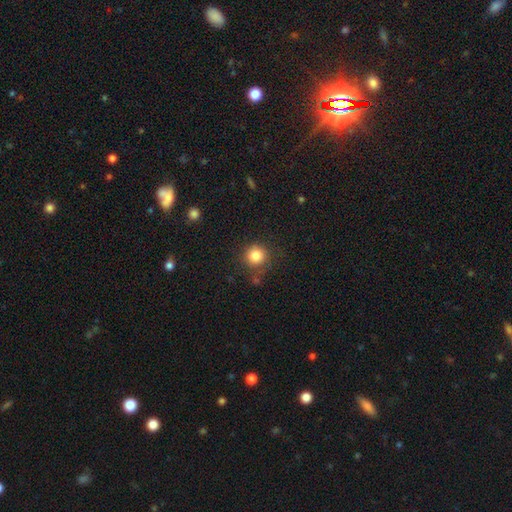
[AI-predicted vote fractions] Smooth or featured?
  - smooth: 84% *
  - star or artifact: 11%
  - featured or disk: 5%
How rounded?
  - round: 93% *
  - in between: 6%
  - cigar-shaped: 1%
Merging?
  - none: 80% *
  - minor disturbance: 12%
  - major disturbance: 4%
  - merger: 4%